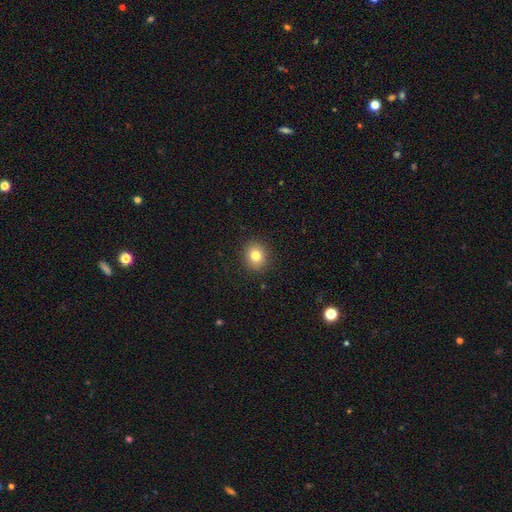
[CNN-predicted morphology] Q: Smooth or featured?
A: smooth (81%); runner-up: star or artifact (11%)
Q: How rounded?
A: round (80%); runner-up: in between (19%)
Q: Merging?
A: none (91%); runner-up: minor disturbance (6%)